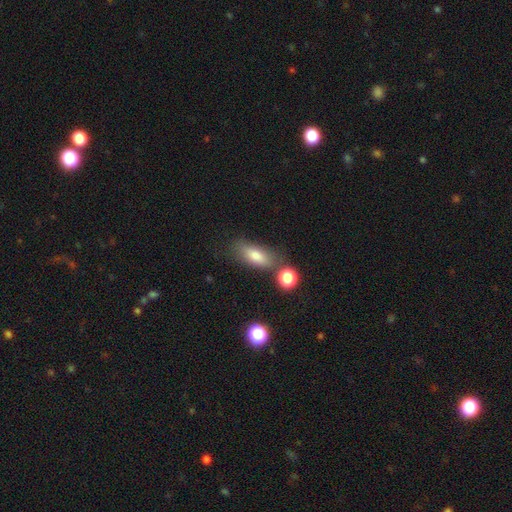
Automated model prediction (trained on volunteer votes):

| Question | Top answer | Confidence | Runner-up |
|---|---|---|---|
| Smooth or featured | smooth | 75% | featured or disk (15%) |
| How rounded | in between | 72% | cigar-shaped (23%) |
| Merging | none | 68% | minor disturbance (17%) |